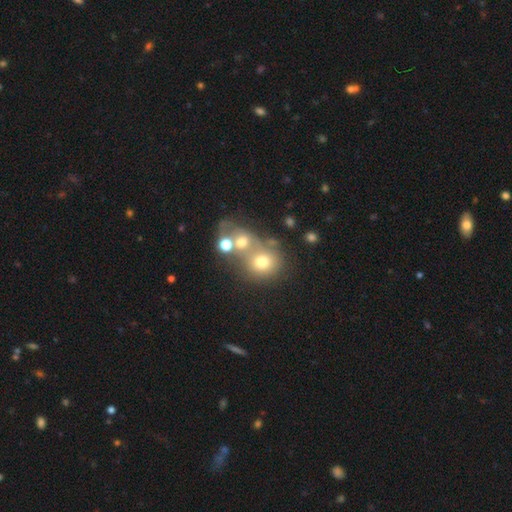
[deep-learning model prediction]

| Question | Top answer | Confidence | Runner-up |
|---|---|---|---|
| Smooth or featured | smooth | 52% | star or artifact (28%) |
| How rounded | round | 75% | in between (23%) |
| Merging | merger | 48% | none (39%) |